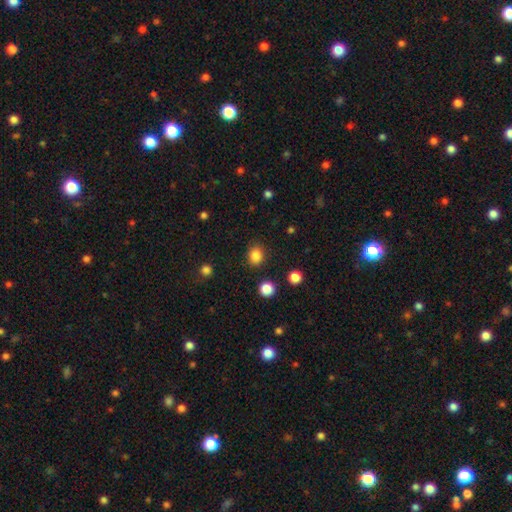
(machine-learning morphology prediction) smooth-or-featured: smooth: 84% | star or artifact: 12% | featured or disk: 4%
  how-rounded: round: 63% | in between: 36% | cigar-shaped: 1%
  merging: none: 85% | minor disturbance: 9% | major disturbance: 3% | merger: 2%